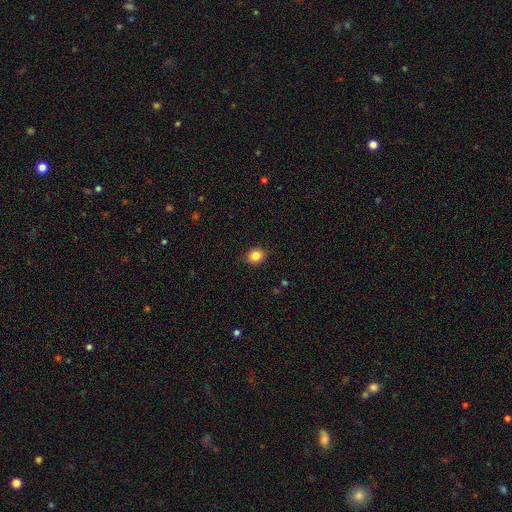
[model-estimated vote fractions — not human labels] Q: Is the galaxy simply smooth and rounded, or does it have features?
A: smooth — 84%.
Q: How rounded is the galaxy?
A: round — 60%.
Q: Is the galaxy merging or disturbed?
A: none — 89%.